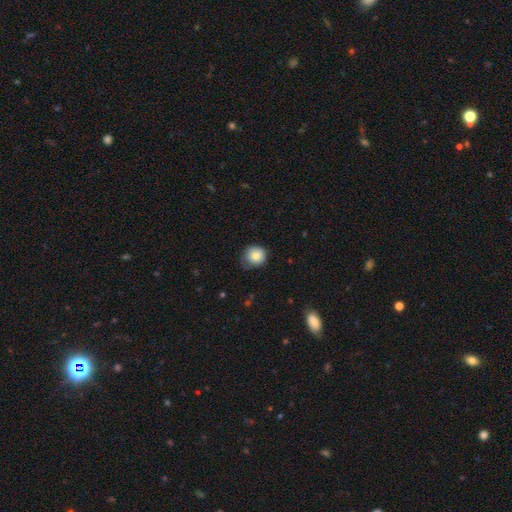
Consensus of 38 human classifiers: smooth 68%, featured or disk 24%, star or artifact 8%. Down the decision tree: how rounded — round (92%); merging — none (60%).